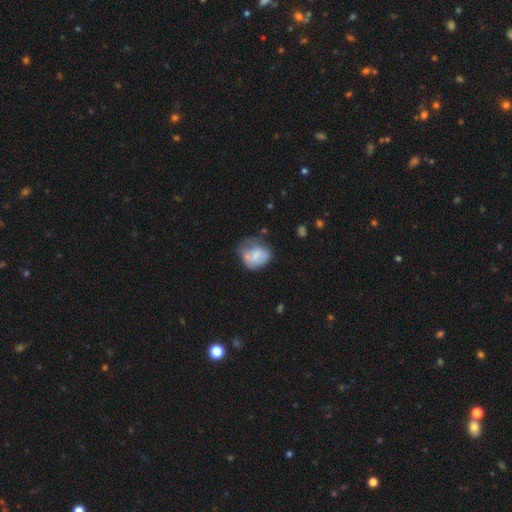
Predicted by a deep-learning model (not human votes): Overall: smooth (63%; featured or disk 29%). How rounded: round (54%; in between 45%). Merging: none (35%, tied with minor disturbance).